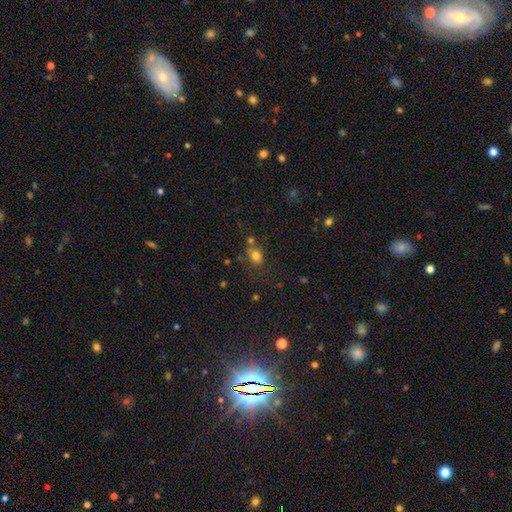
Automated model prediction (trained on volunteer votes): Overall: smooth (75%). How rounded: in between (50%; round 48%). Merging: none (54%; merger 23%).